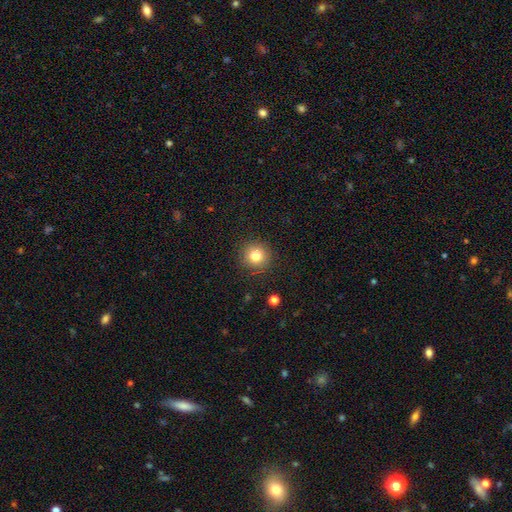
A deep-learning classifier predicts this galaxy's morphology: Smooth or featured?
  - smooth: 80% *
  - star or artifact: 12%
  - featured or disk: 8%
How rounded?
  - round: 94% *
  - in between: 5%
  - cigar-shaped: 1%
Merging?
  - none: 90% *
  - minor disturbance: 6%
  - major disturbance: 2%
  - merger: 1%